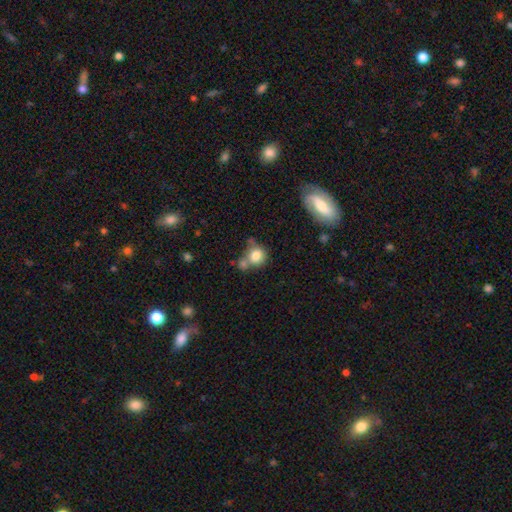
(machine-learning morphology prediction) Overall: smooth (81%). How rounded: round (78%). Merging: none (42%; merger 35%).